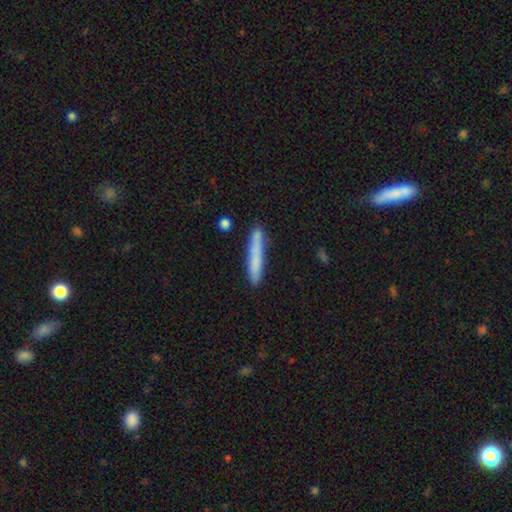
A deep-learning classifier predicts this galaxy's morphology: A smooth galaxy with no disk features (73%) that is cigar-shaped (95%).

Vote fractions:
- Smooth or featured? smooth: 73% / featured or disk: 20% / star or artifact: 7%
- How rounded? cigar-shaped: 95% / in between: 3% / round: 1%
- Merging? none: 83% / minor disturbance: 12% / merger: 3% / major disturbance: 2%